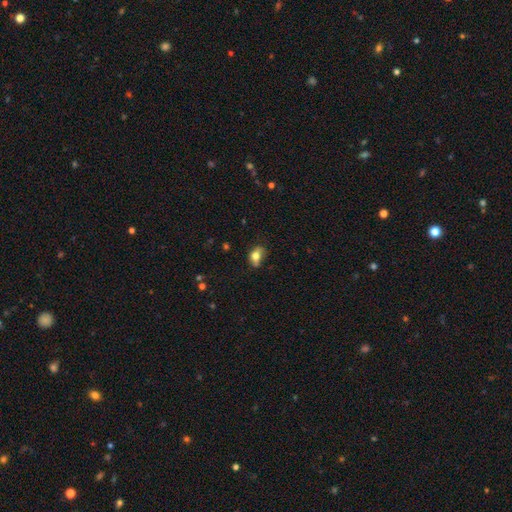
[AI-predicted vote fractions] This appears to be a smooth galaxy with no disk features (71%) that is in between round and cigar-shaped (72%). Merging: none (45%).